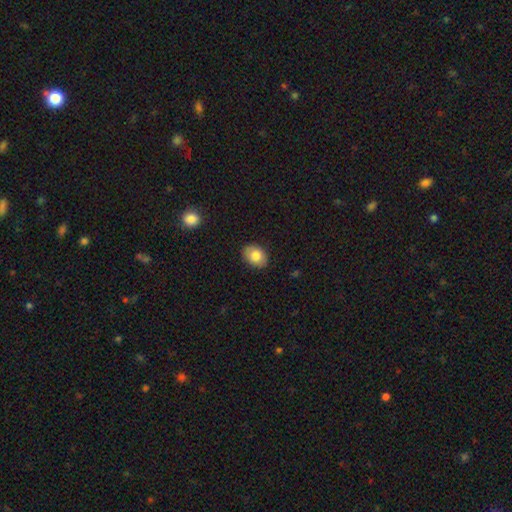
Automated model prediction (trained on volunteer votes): Overall: smooth (82%). How rounded: in between (75%). Merging: none (86%).